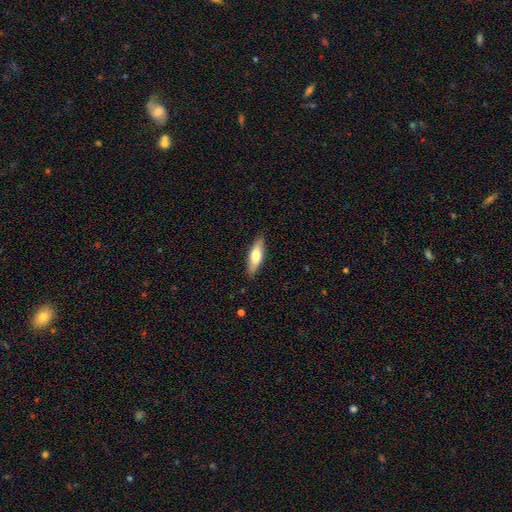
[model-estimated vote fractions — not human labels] Smooth or featured? Predicted: smooth (p=0.66). How rounded? Predicted: in between (p=0.54). Merging? Predicted: none (p=0.87).